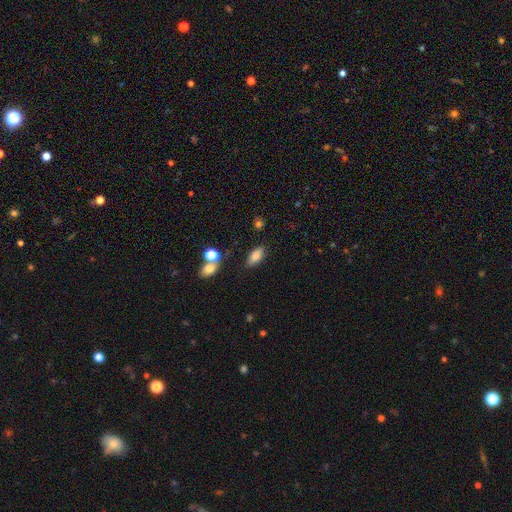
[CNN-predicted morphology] A smooth galaxy with no disk features (79%) that is in between round and cigar-shaped (84%).

Vote fractions:
- Smooth or featured? smooth: 79% / featured or disk: 13% / star or artifact: 9%
- How rounded? in between: 84% / cigar-shaped: 12% / round: 4%
- Merging? none: 79% / minor disturbance: 11% / merger: 6% / major disturbance: 3%